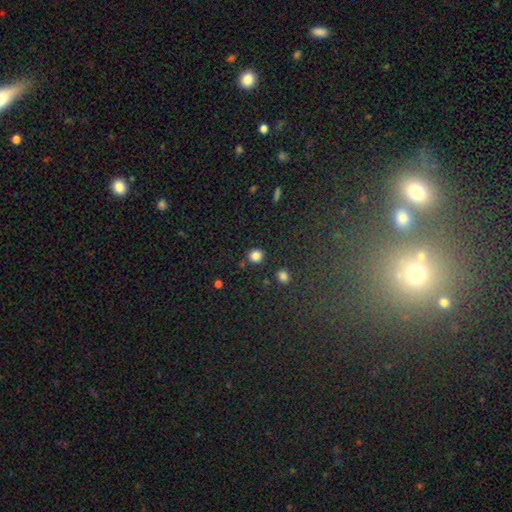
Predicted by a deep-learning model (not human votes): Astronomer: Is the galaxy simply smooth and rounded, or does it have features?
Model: smooth — 84%.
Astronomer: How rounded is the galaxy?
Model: round — 88%.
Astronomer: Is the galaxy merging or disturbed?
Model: none — 86%.